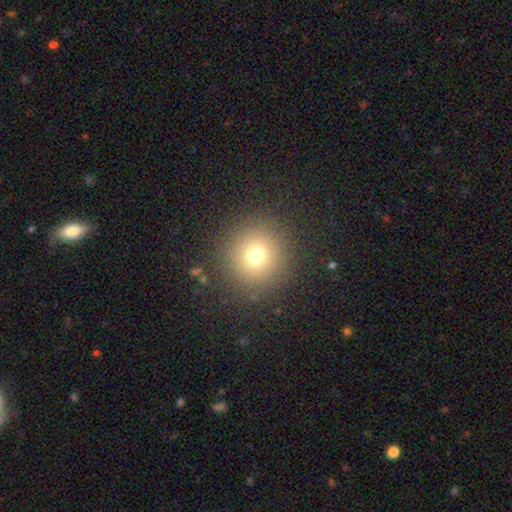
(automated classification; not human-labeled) Q: Smooth or featured?
A: smooth (72%); runner-up: star or artifact (17%)
Q: How rounded?
A: round (95%); runner-up: in between (4%)
Q: Merging?
A: none (89%); runner-up: minor disturbance (6%)